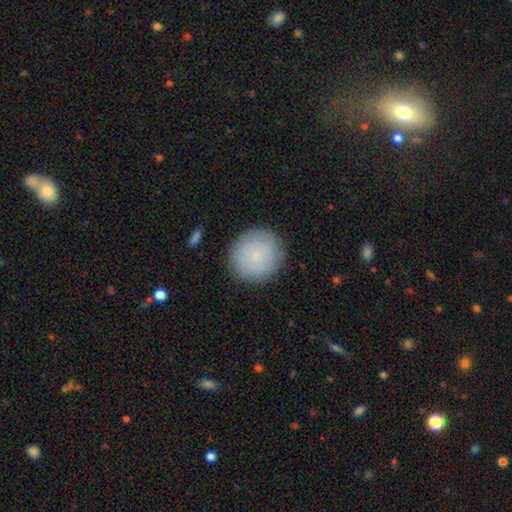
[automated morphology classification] Q: Smooth or featured?
A: smooth (78%); runner-up: featured or disk (15%)
Q: How rounded?
A: round (91%); runner-up: in between (8%)
Q: Merging?
A: none (88%); runner-up: minor disturbance (9%)